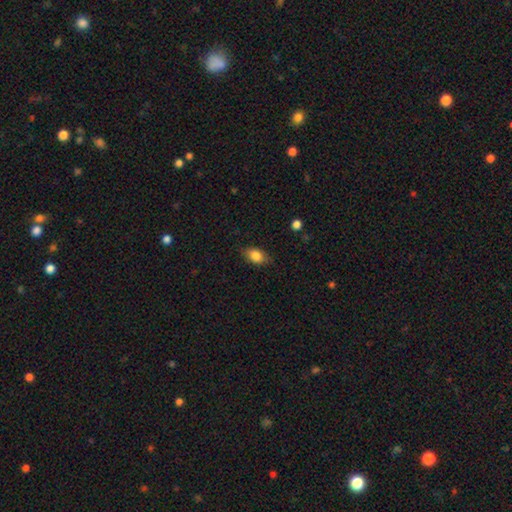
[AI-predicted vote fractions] smooth 82%, featured or disk 10%, star or artifact 8%. Down the decision tree: how rounded — in between (83%); merging — none (79%).